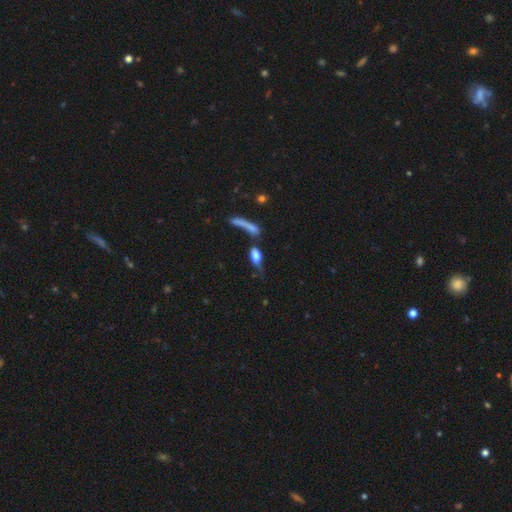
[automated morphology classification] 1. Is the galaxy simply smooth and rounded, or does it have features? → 68% smooth, 22% featured or disk, 10% star or artifact.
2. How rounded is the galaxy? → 70% in between, 22% cigar-shaped, 8% round.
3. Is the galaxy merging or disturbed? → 36% none, 27% merger, 19% minor disturbance, 19% major disturbance.